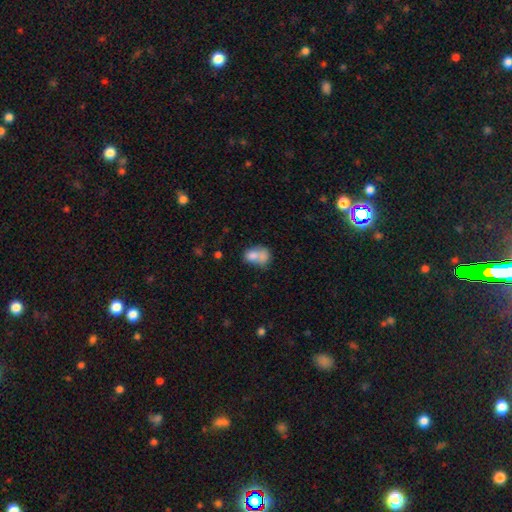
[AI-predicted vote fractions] Smooth or featured? Predicted: smooth (p=0.74). How rounded? Predicted: in between (p=0.66). Merging? Predicted: merger (p=0.63).